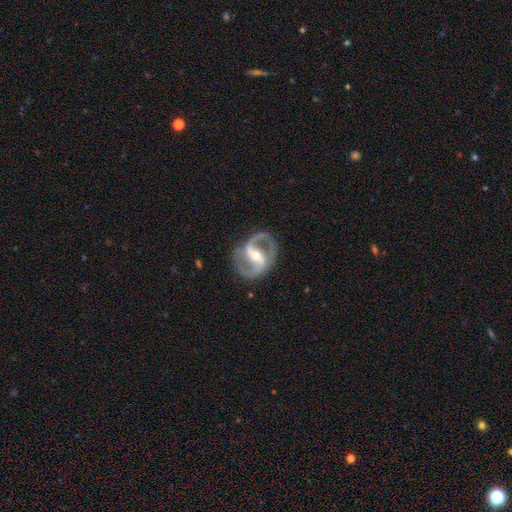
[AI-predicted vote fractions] smooth_or_featured: featured or disk (p=0.91) [alt: star or artifact p=0.04]
disk_edge_on: no (p=0.97) [alt: yes p=0.03]
bar: strong (p=0.55) [alt: weak p=0.31]
has_spiral_arms: yes (p=0.96) [alt: no p=0.04]
spiral_winding: medium (p=0.59) [alt: loose p=0.24]
spiral_arm_count: 2 (p=0.93) [alt: can't tell p=0.02]
bulge_size: moderate (p=0.56) [alt: small p=0.40]
merging: none (p=0.82) [alt: minor disturbance p=0.11]